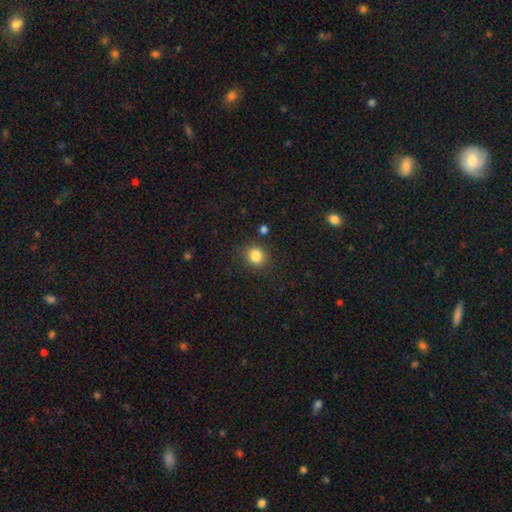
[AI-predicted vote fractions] Morphology: type=smooth (84%); roundness=round (81%); merging=none (86%).